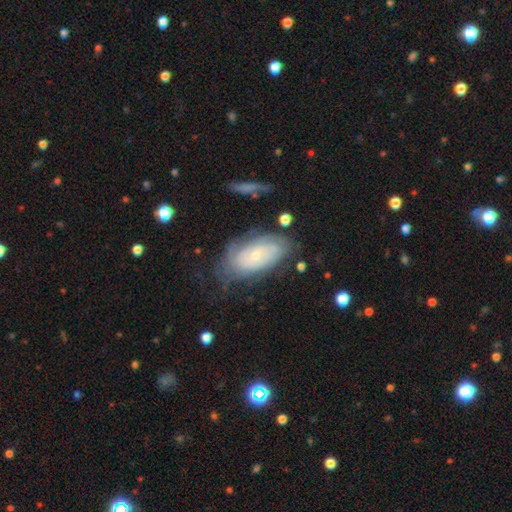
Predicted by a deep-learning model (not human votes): This is possibly a featured or disk galaxy (59%). It is clearly not viewed edge-on (91%). Bar: clearly no (83%). Spiral arm pattern: likely yes (70%). Central bulge: likely small (77%). Merging: possibly none (59%).